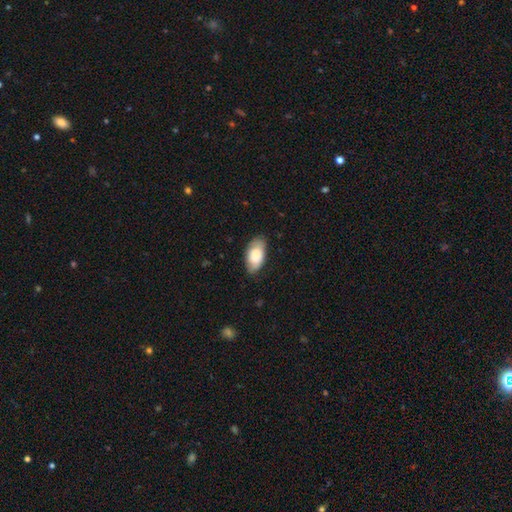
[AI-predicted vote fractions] smooth-or-featured: smooth: 80% | featured or disk: 14% | star or artifact: 6%
  how-rounded: in between: 94% | round: 3% | cigar-shaped: 3%
  merging: none: 75% | minor disturbance: 20% | major disturbance: 4% | merger: 1%